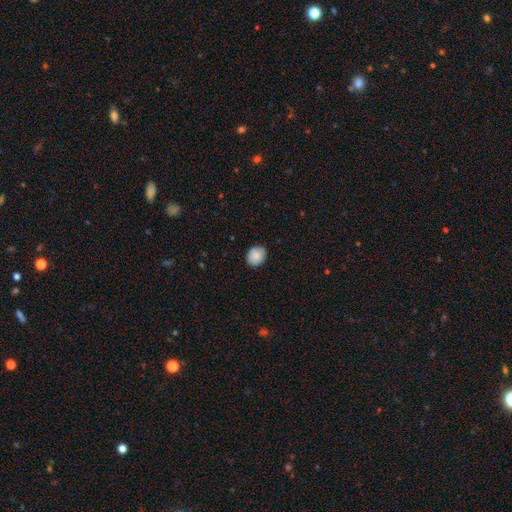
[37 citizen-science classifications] Q: Smooth or featured?
A: smooth (84%); runner-up: featured or disk (14%)
Q: How rounded?
A: round (61%); runner-up: in between (39%)
Q: Merging?
A: none (94%); runner-up: minor disturbance (3%)